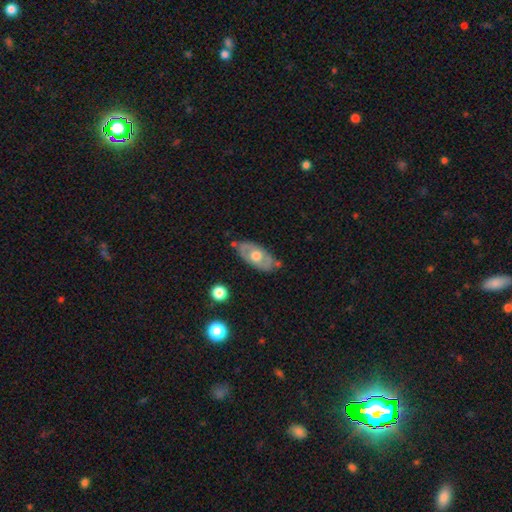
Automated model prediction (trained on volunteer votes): This is possibly a featured or disk galaxy (51%). It is clearly not viewed edge-on (82%). Merging: likely none (72%).